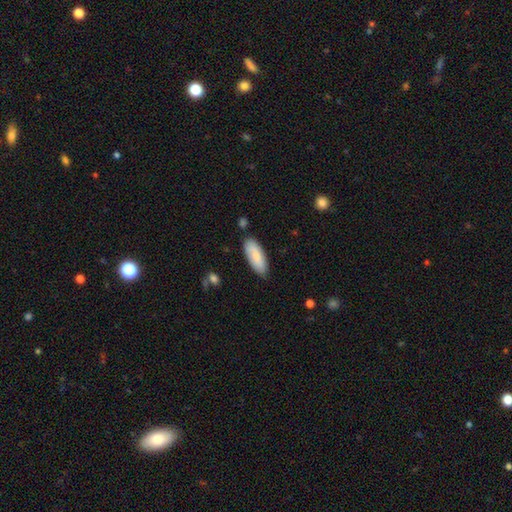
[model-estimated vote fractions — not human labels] Q: Smooth or featured?
A: smooth (81%); runner-up: featured or disk (13%)
Q: How rounded?
A: in between (75%); runner-up: cigar-shaped (23%)
Q: Merging?
A: none (83%); runner-up: minor disturbance (12%)